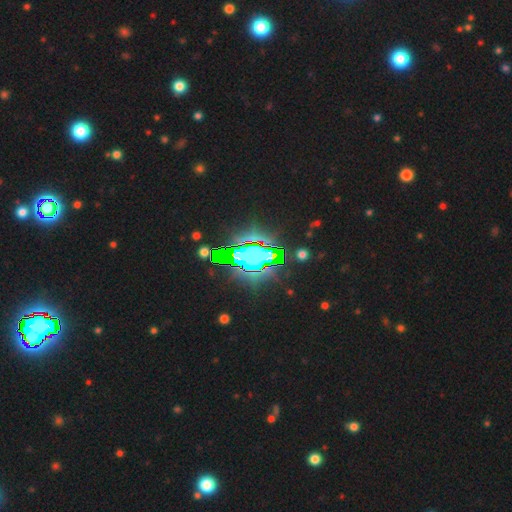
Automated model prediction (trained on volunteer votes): Morphology: type=star or artifact (65%).